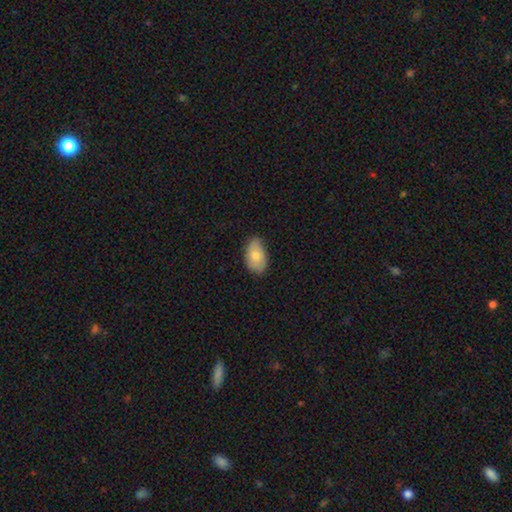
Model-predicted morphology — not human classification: A smooth galaxy with no disk features (77%) that is in between round and cigar-shaped (91%).

Vote fractions:
- Smooth or featured? smooth: 77% / featured or disk: 16% / star or artifact: 7%
- How rounded? in between: 91% / round: 7% / cigar-shaped: 1%
- Merging? none: 68% / minor disturbance: 27% / major disturbance: 4% / merger: 1%